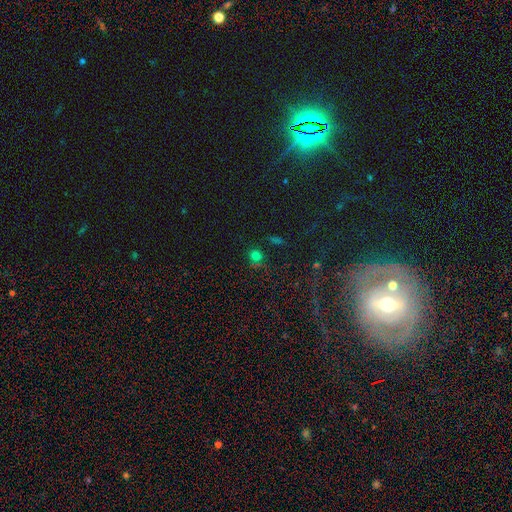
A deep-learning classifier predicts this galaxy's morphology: Smooth or featured? Predicted: smooth (p=0.63). How rounded? Predicted: round (p=0.84). Merging? Predicted: none (p=0.72).